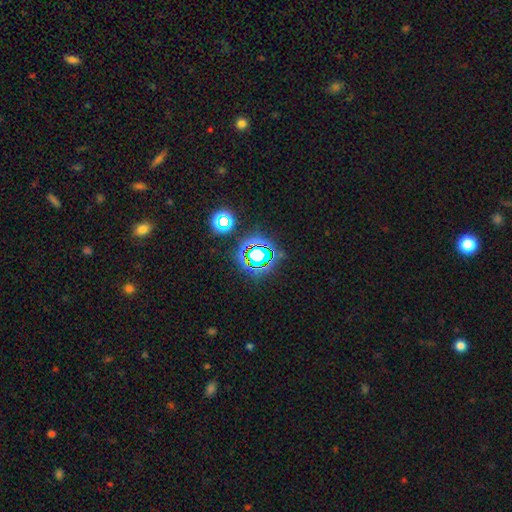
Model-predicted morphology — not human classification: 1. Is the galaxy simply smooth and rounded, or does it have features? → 66% star or artifact, 22% smooth, 12% featured or disk.